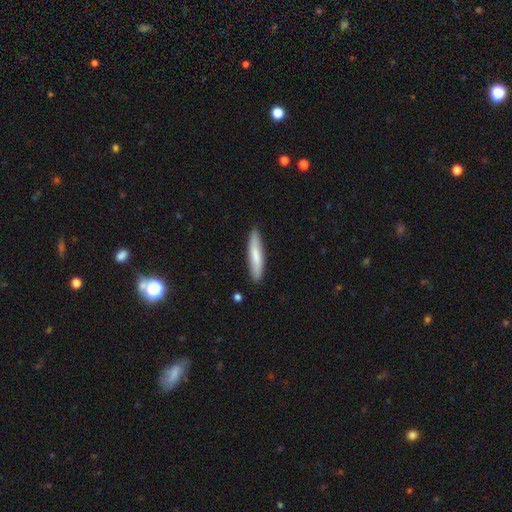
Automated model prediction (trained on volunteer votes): Smooth or featured?
  - smooth: 72% *
  - featured or disk: 22%
  - star or artifact: 5%
How rounded?
  - cigar-shaped: 87% *
  - in between: 12%
  - round: 1%
Merging?
  - none: 88% *
  - minor disturbance: 9%
  - major disturbance: 2%
  - merger: 1%